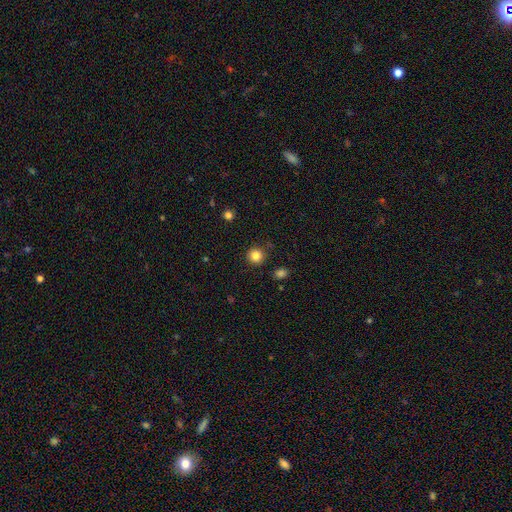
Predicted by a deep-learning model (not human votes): smooth-or-featured: smooth: 84% | star or artifact: 11% | featured or disk: 5%
  how-rounded: round: 93% | in between: 6% | cigar-shaped: 1%
  merging: none: 90% | minor disturbance: 6% | major disturbance: 2% | merger: 2%